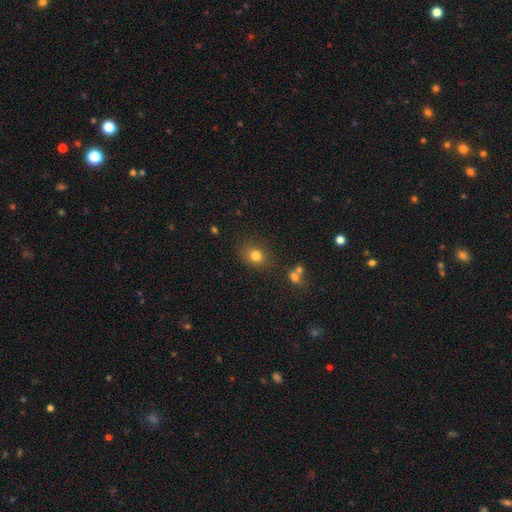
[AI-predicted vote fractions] Smooth or featured: smooth — 78% (star or artifact — 14%)
How rounded: round — 60% (in between — 39%)
Merging: none — 78% (minor disturbance — 13%)